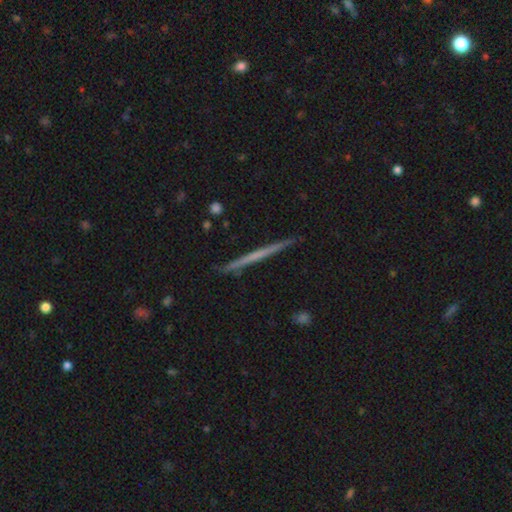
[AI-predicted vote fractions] Smooth or featured?
  - featured or disk: 60% *
  - smooth: 35%
  - star or artifact: 5%
Edge-on disk?
  - yes: 98% *
  - no: 2%
Edge-on bulge?
  - none: 87% *
  - rounded: 10%
  - boxy: 4%
Merging?
  - none: 92% *
  - minor disturbance: 6%
  - major disturbance: 1%
  - merger: 1%